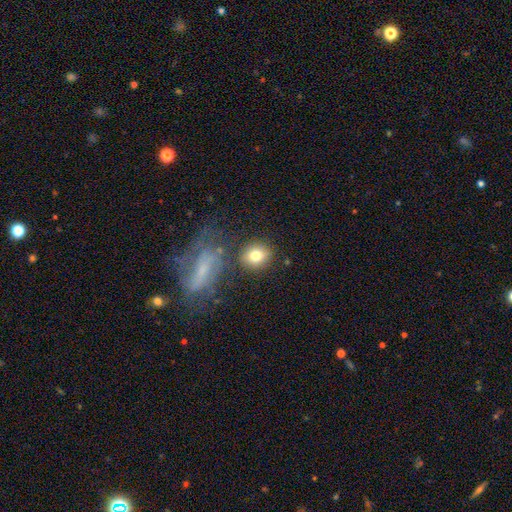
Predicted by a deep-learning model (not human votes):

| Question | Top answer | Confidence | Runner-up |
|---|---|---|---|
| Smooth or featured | smooth | 79% | featured or disk (12%) |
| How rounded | round | 74% | in between (24%) |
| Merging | none | 77% | minor disturbance (11%) |